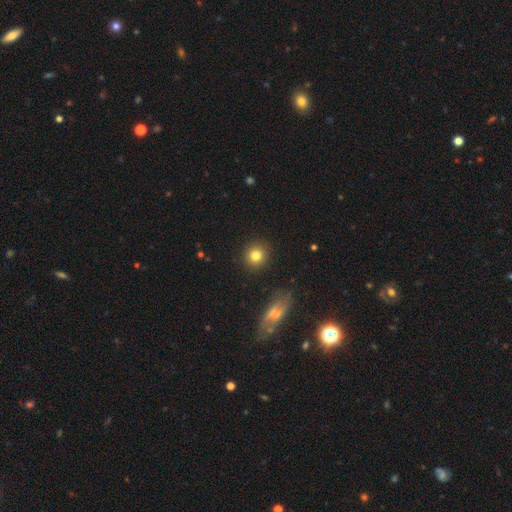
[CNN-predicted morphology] Q: Smooth or featured?
A: smooth (82%); runner-up: star or artifact (11%)
Q: How rounded?
A: round (90%); runner-up: in between (9%)
Q: Merging?
A: none (90%); runner-up: minor disturbance (6%)